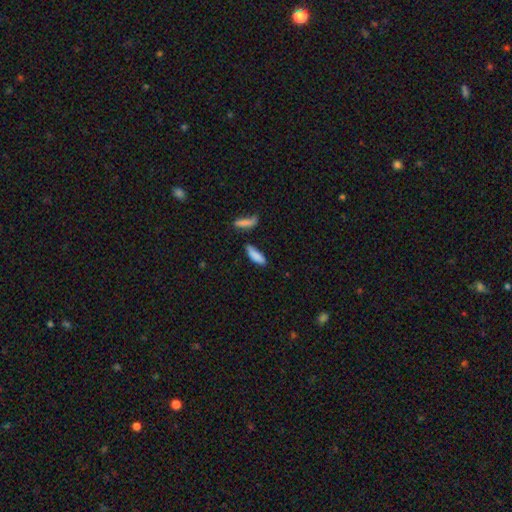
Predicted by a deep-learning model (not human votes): Q: Smooth or featured?
A: smooth (85%); runner-up: featured or disk (8%)
Q: How rounded?
A: in between (53%); runner-up: cigar-shaped (45%)
Q: Merging?
A: none (65%); runner-up: minor disturbance (18%)